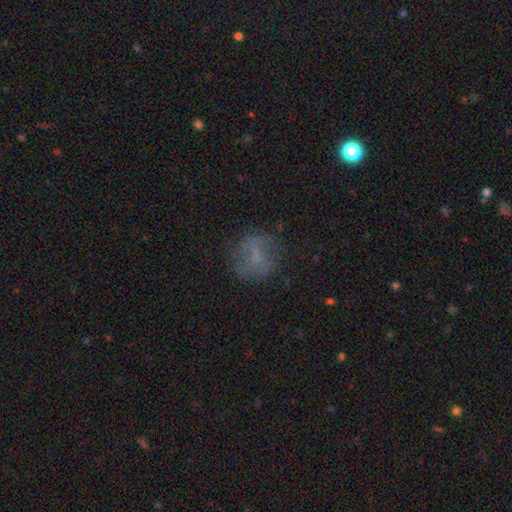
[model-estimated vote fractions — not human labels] Smooth or featured? smooth (47%)
Merging? none (65%)